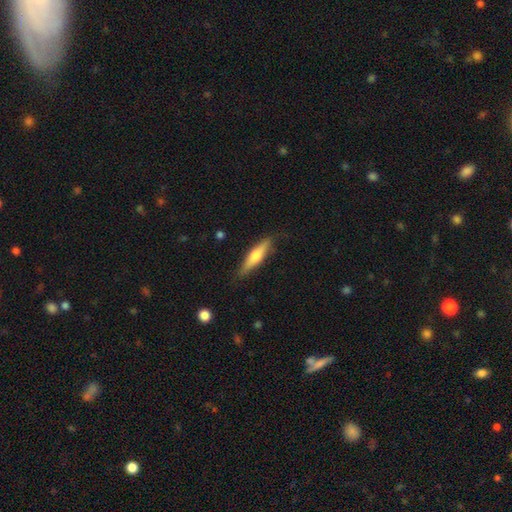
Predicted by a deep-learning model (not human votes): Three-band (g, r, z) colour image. It shows a smooth galaxy with no disk features (50%). Merging: none (83%).